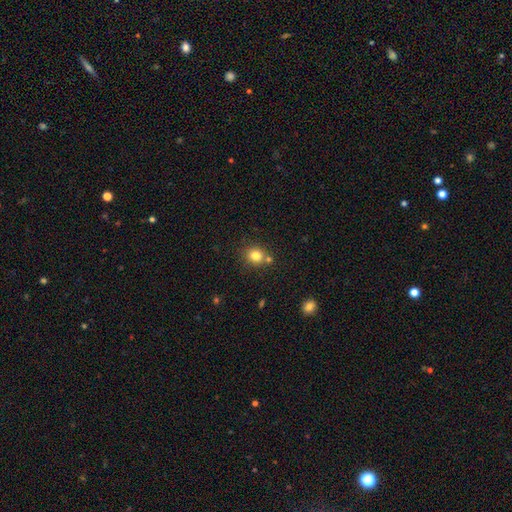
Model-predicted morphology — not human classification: This is clearly a smooth galaxy (80%). How rounded: clearly round (82%). Merging: likely none (73%).